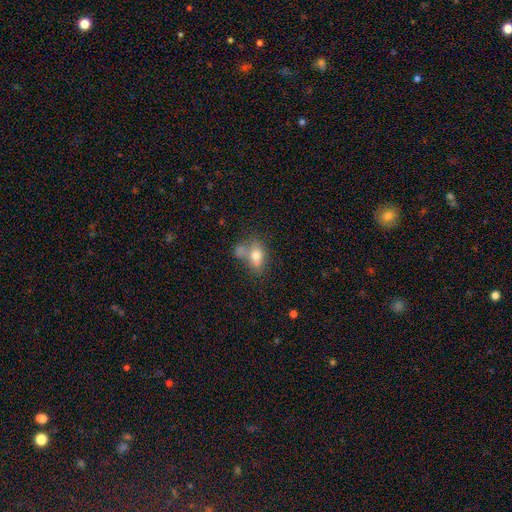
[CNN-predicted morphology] Smooth or featured?
  - smooth: 72% *
  - featured or disk: 18%
  - star or artifact: 10%
How rounded?
  - in between: 76% *
  - round: 20%
  - cigar-shaped: 4%
Merging?
  - merger: 38% *
  - none: 37%
  - minor disturbance: 16%
  - major disturbance: 9%